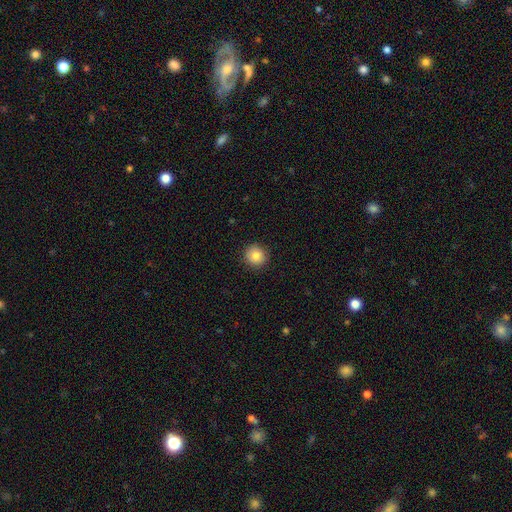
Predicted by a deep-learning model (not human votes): The model was most divided on "smooth or featured": smooth: 83%, star or artifact: 9%, featured or disk: 8%. More confident: how rounded — round (94%); merging — none (91%).